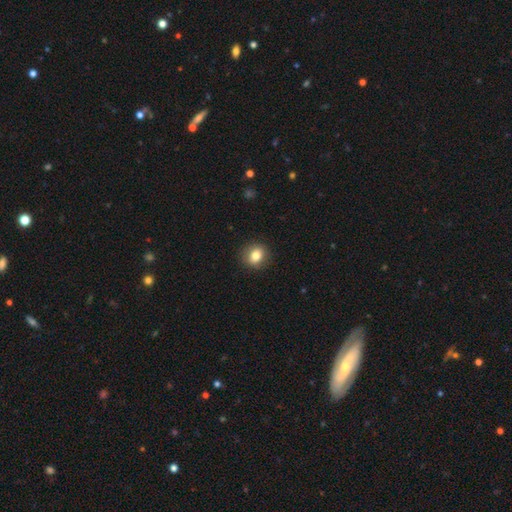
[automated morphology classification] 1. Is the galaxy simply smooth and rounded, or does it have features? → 80% smooth, 10% featured or disk, 10% star or artifact.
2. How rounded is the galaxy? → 70% round, 29% in between, 1% cigar-shaped.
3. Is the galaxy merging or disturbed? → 88% none, 8% minor disturbance, 2% major disturbance, 1% merger.